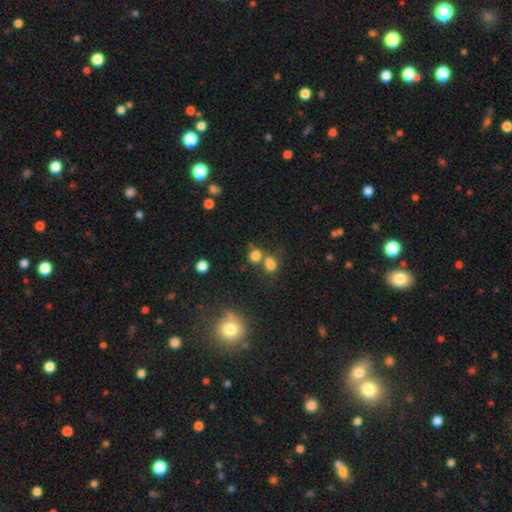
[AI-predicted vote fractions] This is likely a smooth galaxy (74%). How rounded: likely round (67%). Merging: possibly none (45%).